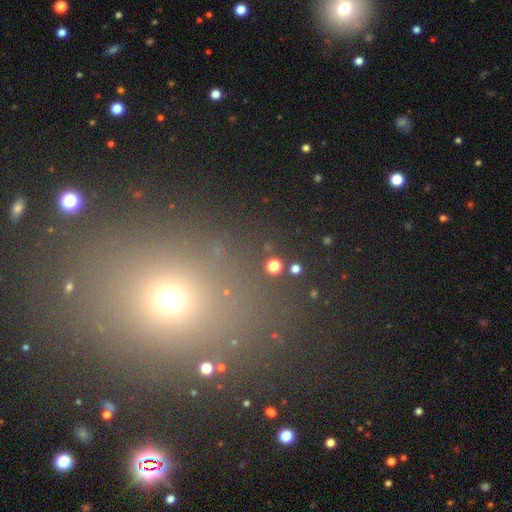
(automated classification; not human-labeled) The model was most divided on "smooth or featured": smooth: 50%, star or artifact: 41%, featured or disk: 9%. More confident: merging — none (85%); how rounded — round (62%).